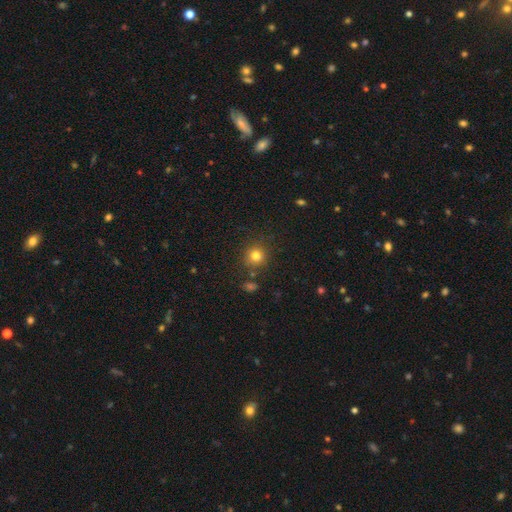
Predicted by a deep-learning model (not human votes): Smooth or featured? smooth (80%)
How rounded? round (91%)
Merging? none (84%)